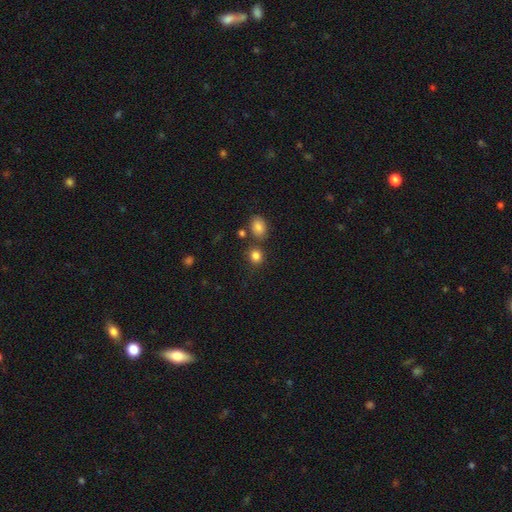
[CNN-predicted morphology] This appears to be a smooth galaxy with no disk features (84%) that is round (76%). Merging: none (73%).